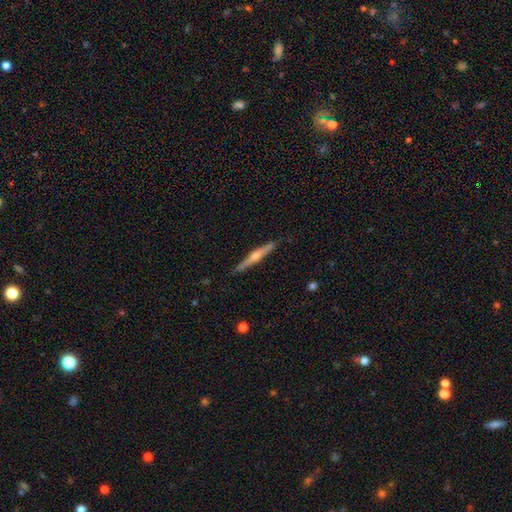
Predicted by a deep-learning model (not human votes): Overall: featured or disk (74%). Edge-on disk: yes (98%). Edge-on bulge: rounded (86%). Merging: none (90%).